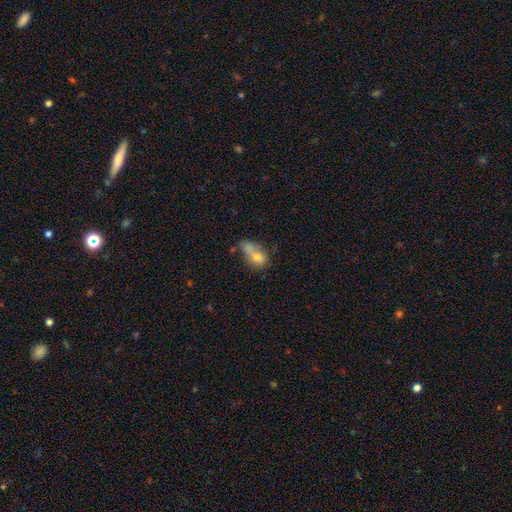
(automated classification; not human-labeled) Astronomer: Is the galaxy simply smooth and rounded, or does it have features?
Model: smooth — 68%.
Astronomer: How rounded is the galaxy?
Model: in between — 79%.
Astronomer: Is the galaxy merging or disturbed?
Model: merger — 37% (runner-up: none, 25%).